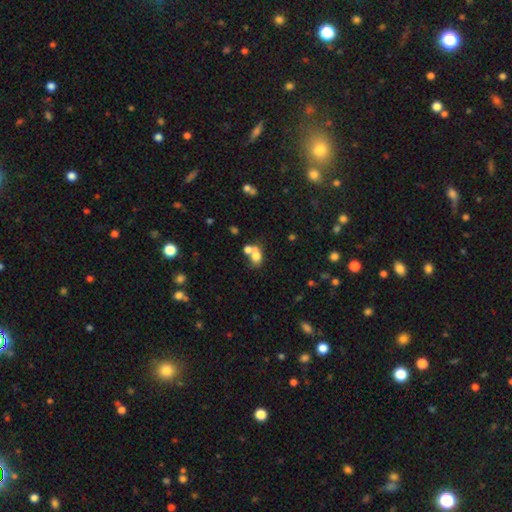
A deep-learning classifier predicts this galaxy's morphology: This appears to be a smooth galaxy with no disk features (69%) that is in between round and cigar-shaped (58%). Merging: merger (54%).